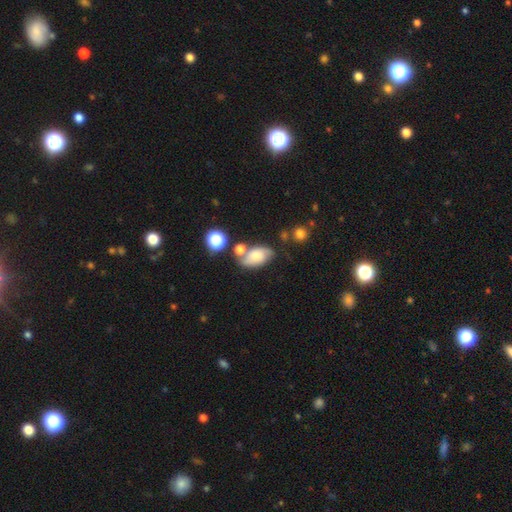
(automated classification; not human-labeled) Smooth or featured? Predicted: smooth (p=0.56). How rounded? Predicted: in between (p=0.88). Merging? Predicted: none (p=0.48).